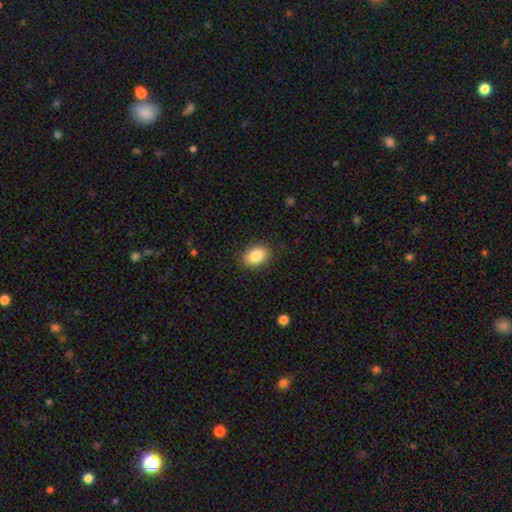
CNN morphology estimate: The model was most divided on "how rounded": in between: 79%, round: 20%, cigar-shaped: 1%. More confident: merging — none (88%); smooth or featured — smooth (85%).